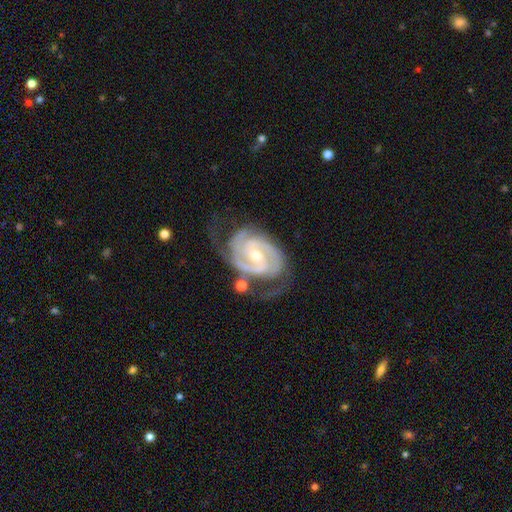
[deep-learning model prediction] A featured or disk galaxy (92%) with a weak bar (44%), 2 (69%) tight (64%) spiral arms (98%) and a moderate central bulge (51%).

Vote fractions:
- Smooth or featured? featured or disk: 92% / star or artifact: 4% / smooth: 4%
- Edge-on disk? no: 97% / yes: 3%
- Bar? weak: 44% / no: 37% / strong: 19%
- Spiral arms? yes: 98% / no: 2%
- Spiral winding? tight: 64% / medium: 31% / loose: 5%
- Spiral arm count? 2: 69% / 3: 17% / can't tell: 7% / 4: 3% / 1: 2% / more than 4: 2%
- Bulge size? moderate: 51% / small: 45% / large: 2% / none: 1% / dominant: 1%
- Merging? none: 59% / minor disturbance: 23% / major disturbance: 13% / merger: 5%